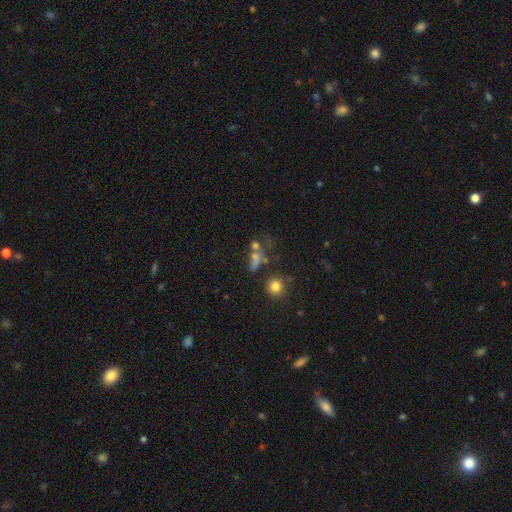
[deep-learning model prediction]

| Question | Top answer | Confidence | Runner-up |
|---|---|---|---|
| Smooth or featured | star or artifact | 37% | tied: smooth (37%) |